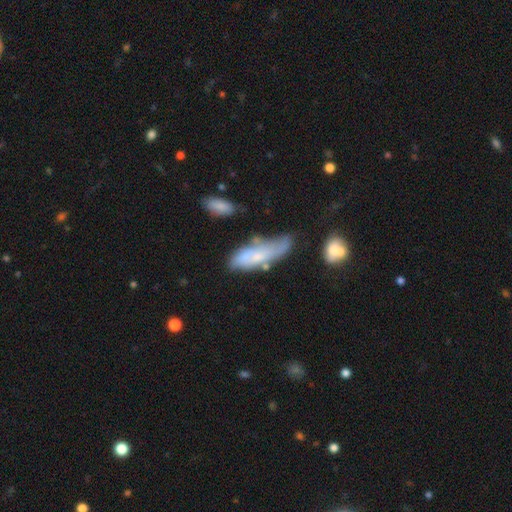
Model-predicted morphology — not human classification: smooth_or_featured: smooth (p=0.54) [alt: featured or disk p=0.38]
how_rounded: in between (p=0.60) [alt: cigar-shaped p=0.38]
merging: none (p=0.37) [alt: minor disturbance p=0.32]